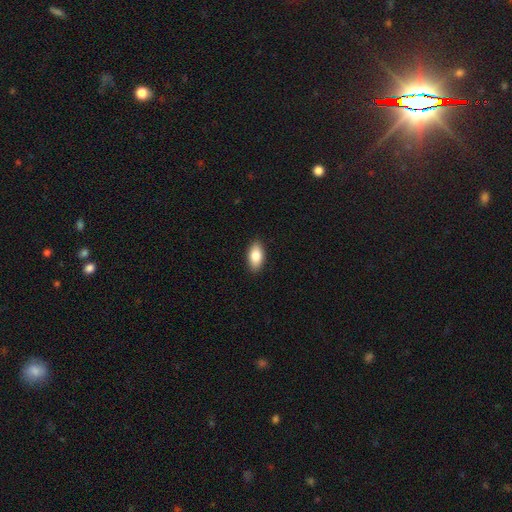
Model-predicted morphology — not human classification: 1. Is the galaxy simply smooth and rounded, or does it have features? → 83% smooth, 10% featured or disk, 7% star or artifact.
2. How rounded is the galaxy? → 91% in between, 5% cigar-shaped, 4% round.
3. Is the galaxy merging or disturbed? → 90% none, 8% minor disturbance, 2% major disturbance, 1% merger.